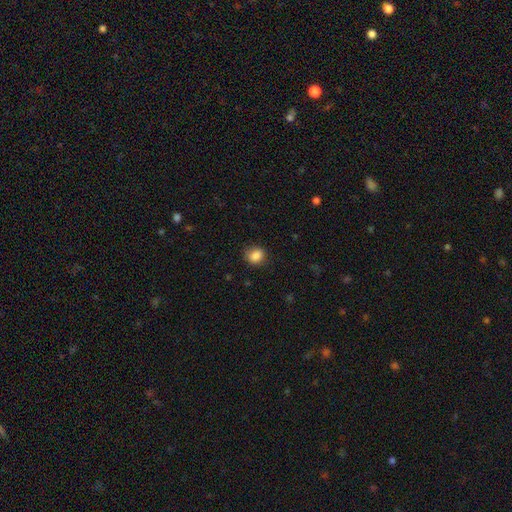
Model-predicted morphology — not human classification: Smooth or featured? smooth (87%)
How rounded? round (69%)
Merging? none (81%)